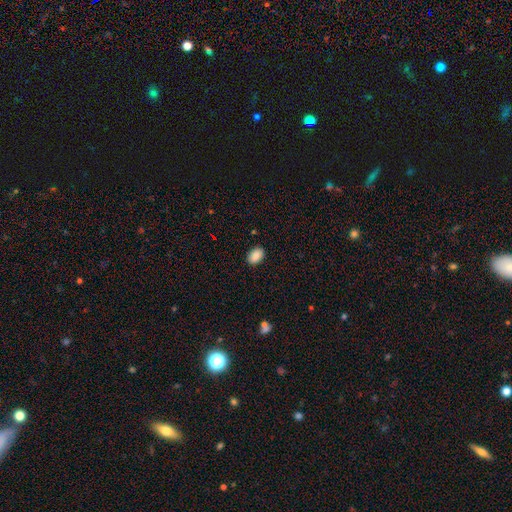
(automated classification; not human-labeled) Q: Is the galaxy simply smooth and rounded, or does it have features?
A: smooth — 88%.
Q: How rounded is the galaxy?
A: in between — 85%.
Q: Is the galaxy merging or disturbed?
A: none — 89%.